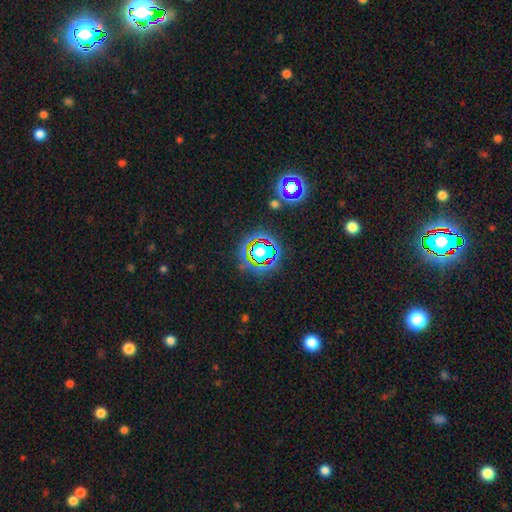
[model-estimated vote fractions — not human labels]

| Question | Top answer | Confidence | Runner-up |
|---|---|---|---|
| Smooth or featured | star or artifact | 81% | smooth (11%) |